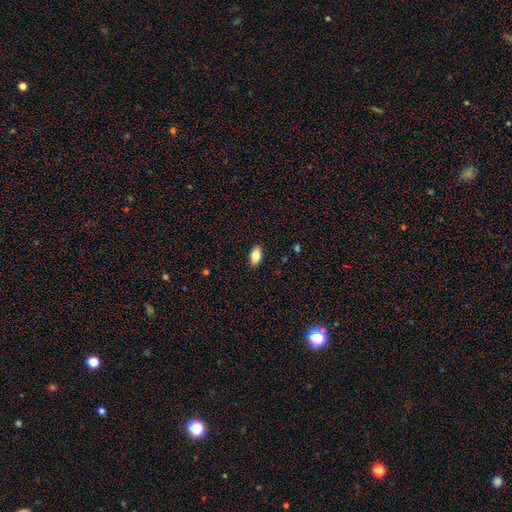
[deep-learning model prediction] Morphology: type=smooth (80%); roundness=in between (91%); merging=none (90%).